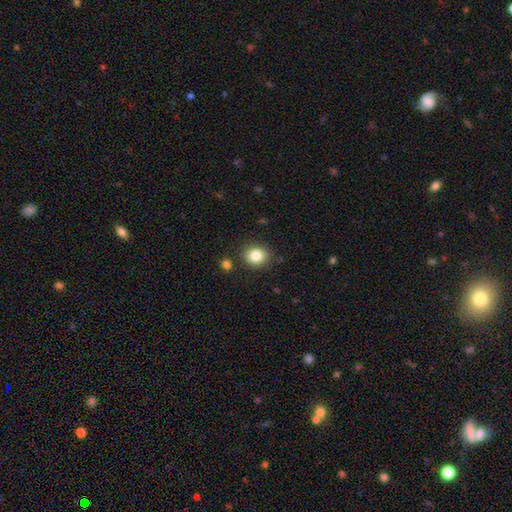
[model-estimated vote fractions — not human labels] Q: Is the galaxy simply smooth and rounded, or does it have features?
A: smooth — 83%.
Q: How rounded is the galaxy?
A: round — 69%.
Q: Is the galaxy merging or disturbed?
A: none — 86%.